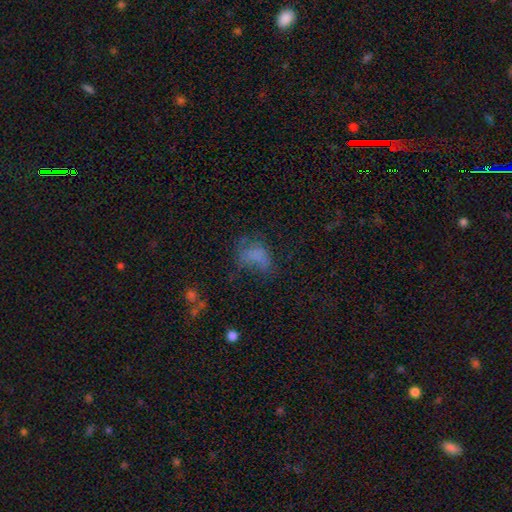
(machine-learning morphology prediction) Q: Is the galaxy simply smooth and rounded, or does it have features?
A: smooth — 56%.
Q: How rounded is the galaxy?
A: in between — 74%.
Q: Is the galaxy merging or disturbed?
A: major disturbance — 40%.